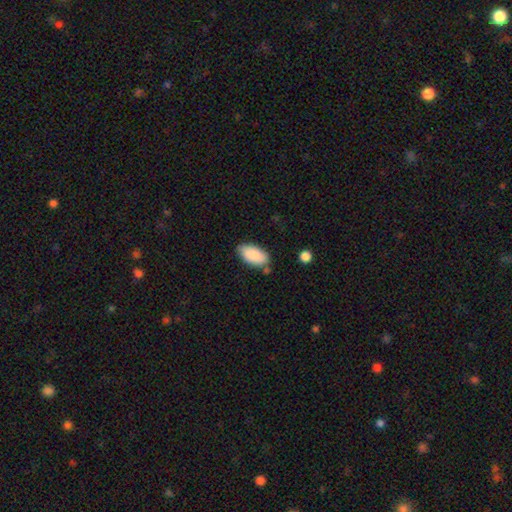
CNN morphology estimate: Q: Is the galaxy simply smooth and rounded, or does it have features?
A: smooth — 87%.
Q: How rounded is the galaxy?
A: in between — 94%.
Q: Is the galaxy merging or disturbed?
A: none — 74%.